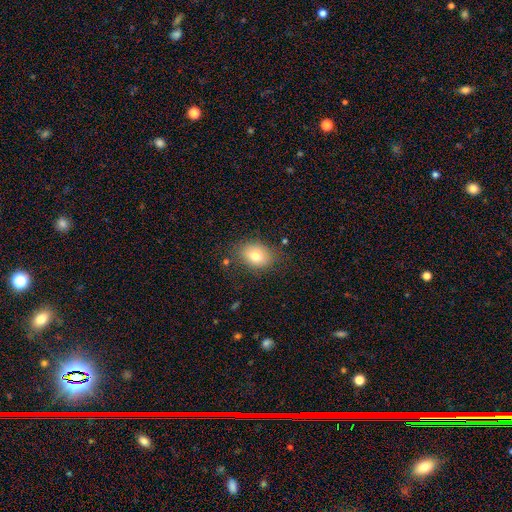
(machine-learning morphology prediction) The model was most divided on "how rounded": in between: 67%, round: 32%, cigar-shaped: 1%. More confident: merging — none (77%); smooth or featured — smooth (76%).